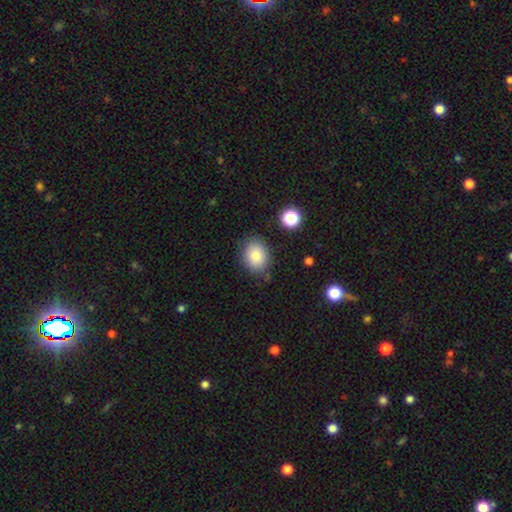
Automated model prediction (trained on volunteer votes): Smooth or featured?
  - smooth: 82% *
  - star or artifact: 10%
  - featured or disk: 8%
How rounded?
  - in between: 57% *
  - round: 42%
  - cigar-shaped: 1%
Merging?
  - none: 78% *
  - minor disturbance: 15%
  - major disturbance: 4%
  - merger: 3%